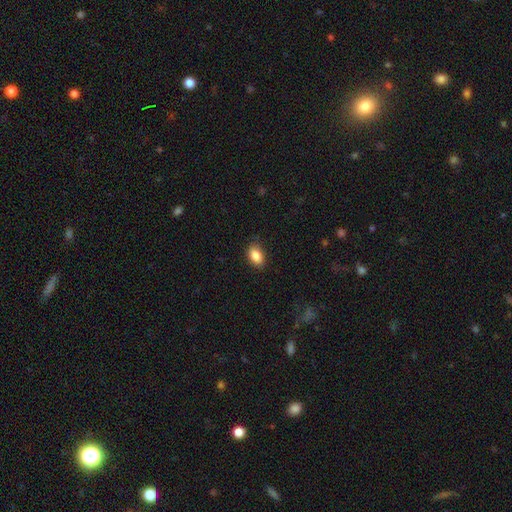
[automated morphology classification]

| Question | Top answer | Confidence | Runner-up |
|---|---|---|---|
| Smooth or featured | smooth | 87% | star or artifact (8%) |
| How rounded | in between | 88% | round (10%) |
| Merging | none | 82% | minor disturbance (14%) |